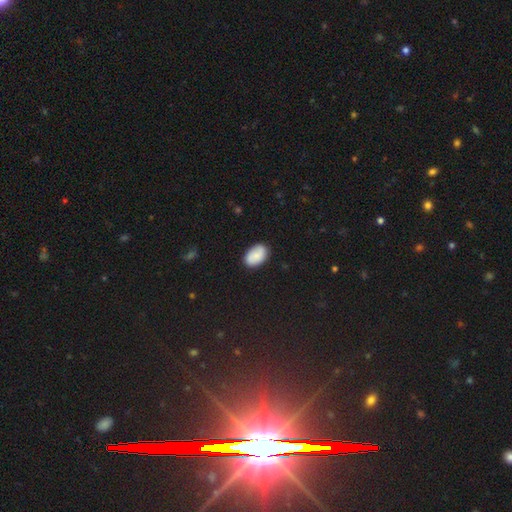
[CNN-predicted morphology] Smooth or featured: smooth — 84% (featured or disk — 9%)
How rounded: in between — 90% (round — 9%)
Merging: none — 83% (minor disturbance — 13%)